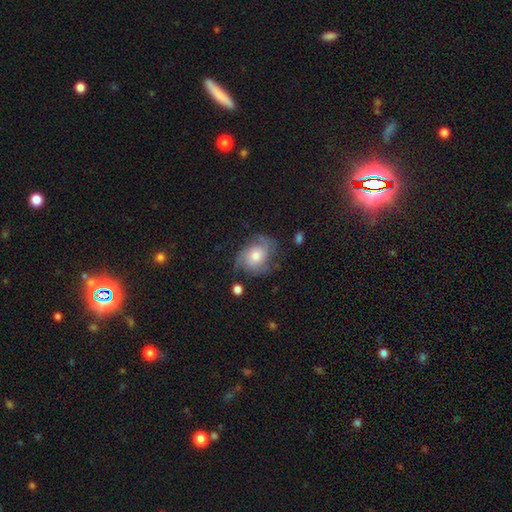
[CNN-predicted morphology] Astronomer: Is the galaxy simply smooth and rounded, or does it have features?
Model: featured or disk — 59%.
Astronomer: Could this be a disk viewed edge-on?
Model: no — 97%.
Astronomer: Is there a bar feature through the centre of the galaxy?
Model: no — 79%.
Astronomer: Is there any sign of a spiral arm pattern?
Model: yes — 85%.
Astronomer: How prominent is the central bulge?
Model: moderate — 63%.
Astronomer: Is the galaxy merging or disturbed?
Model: none — 59%.